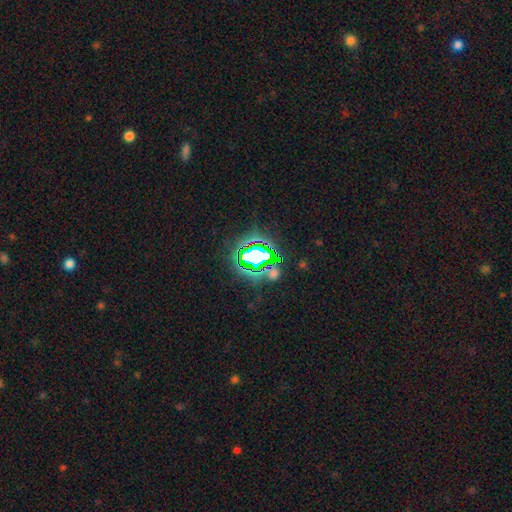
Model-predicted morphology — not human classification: Smooth or featured? Predicted: star or artifact (p=0.70).